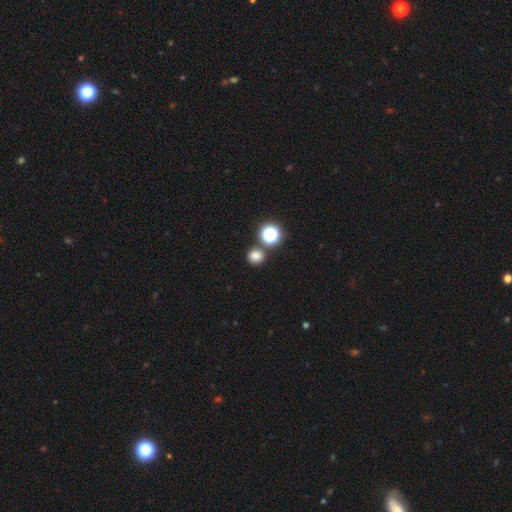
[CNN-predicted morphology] Smooth or featured: smooth — 78% (star or artifact — 17%)
How rounded: round — 87% (in between — 12%)
Merging: none — 79% (merger — 11%)